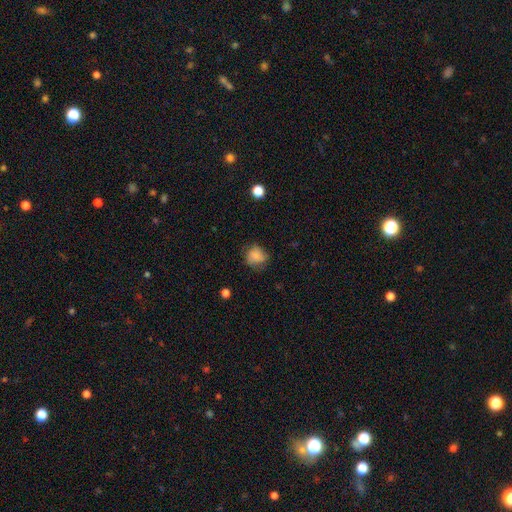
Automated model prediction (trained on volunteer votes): Smooth or featured?
  - smooth: 78% *
  - featured or disk: 13%
  - star or artifact: 9%
How rounded?
  - round: 77% *
  - in between: 22%
  - cigar-shaped: 1%
Merging?
  - none: 66% *
  - minor disturbance: 25%
  - major disturbance: 8%
  - merger: 1%